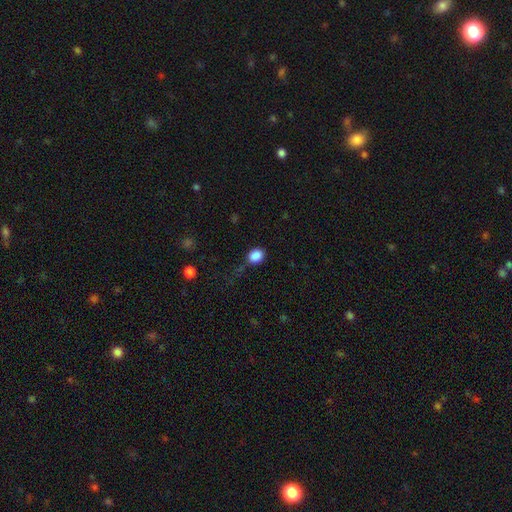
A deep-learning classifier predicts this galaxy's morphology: Q: Smooth or featured?
A: smooth (87%); runner-up: star or artifact (9%)
Q: How rounded?
A: round (50%); runner-up: in between (49%)
Q: Merging?
A: none (70%); runner-up: minor disturbance (20%)